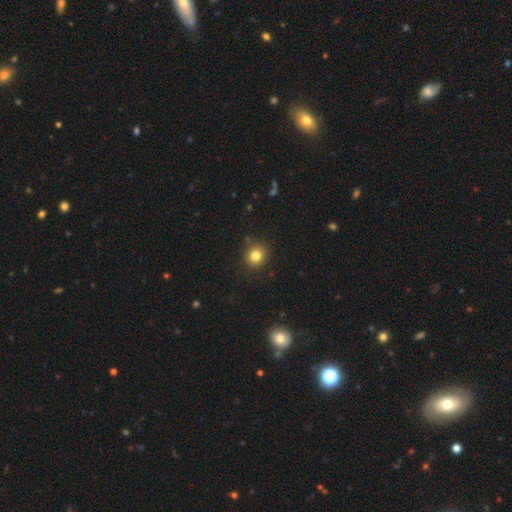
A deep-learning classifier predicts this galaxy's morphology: Q: Smooth or featured?
A: smooth (81%); runner-up: star or artifact (13%)
Q: How rounded?
A: round (87%); runner-up: in between (12%)
Q: Merging?
A: none (87%); runner-up: minor disturbance (9%)